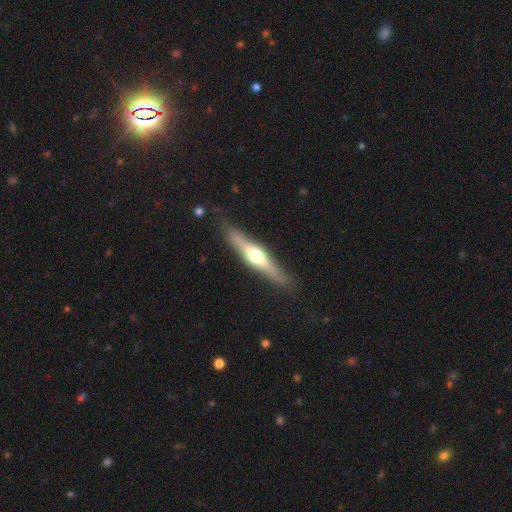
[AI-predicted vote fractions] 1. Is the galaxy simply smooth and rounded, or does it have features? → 67% featured or disk, 28% smooth, 5% star or artifact.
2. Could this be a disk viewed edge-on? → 96% yes, 4% no.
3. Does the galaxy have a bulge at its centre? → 93% rounded, 4% boxy, 3% none.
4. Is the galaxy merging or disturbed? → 86% none, 10% minor disturbance, 2% major disturbance, 1% merger.